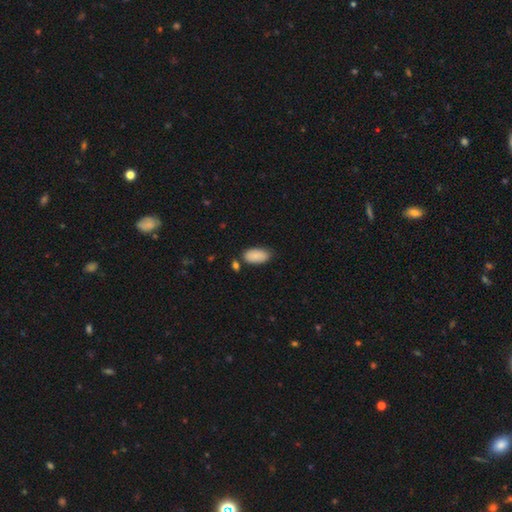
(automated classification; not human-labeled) A smooth galaxy with no disk features (88%) that is in between round and cigar-shaped (94%). Merging: none (74%).